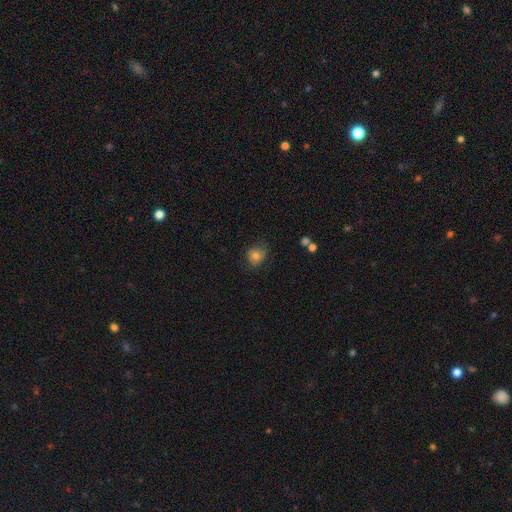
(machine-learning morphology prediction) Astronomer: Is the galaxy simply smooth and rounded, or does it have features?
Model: smooth — 75%.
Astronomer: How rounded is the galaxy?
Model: round — 73%.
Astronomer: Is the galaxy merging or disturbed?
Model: none — 69%.